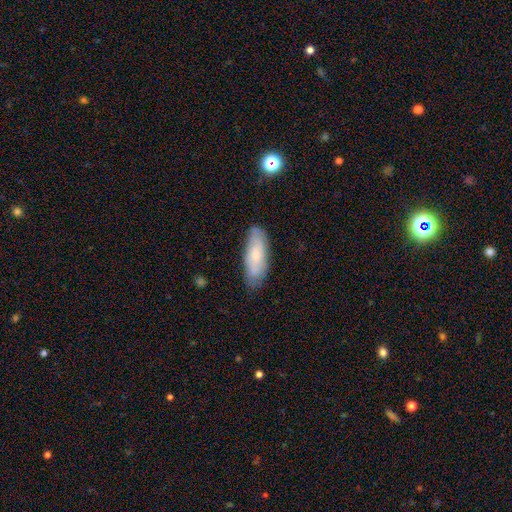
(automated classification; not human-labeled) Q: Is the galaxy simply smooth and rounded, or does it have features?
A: smooth — 63%.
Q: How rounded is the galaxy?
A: in between — 68%.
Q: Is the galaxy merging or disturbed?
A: none — 77%.